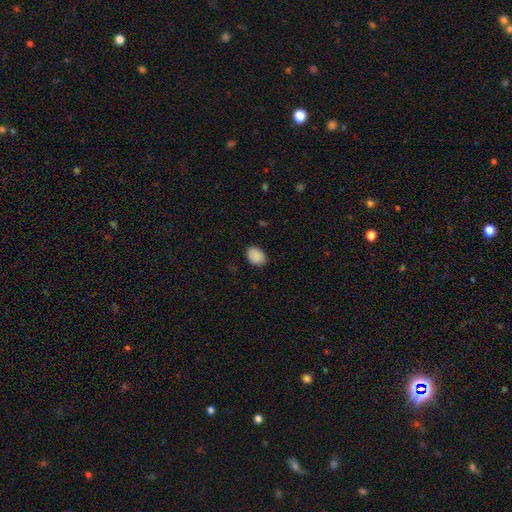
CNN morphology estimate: This is clearly a smooth galaxy (89%). How rounded: likely in between (72%). Merging: clearly none (85%).